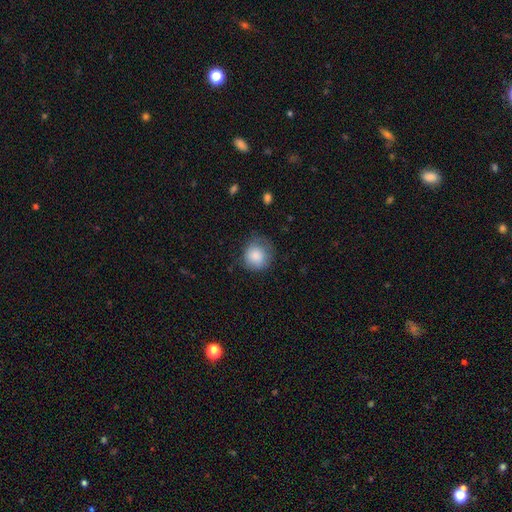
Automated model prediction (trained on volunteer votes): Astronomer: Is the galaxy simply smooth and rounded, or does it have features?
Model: smooth — 84%.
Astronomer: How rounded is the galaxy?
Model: round — 86%.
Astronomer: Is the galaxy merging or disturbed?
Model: none — 63%.